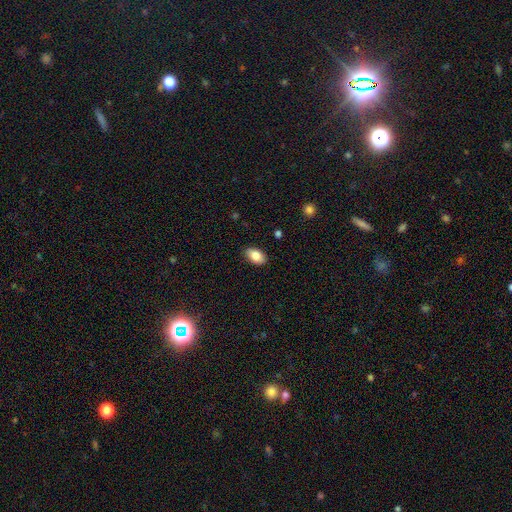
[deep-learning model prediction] Smooth or featured: smooth — 85% (featured or disk — 8%)
How rounded: in between — 92% (round — 7%)
Merging: none — 88% (minor disturbance — 9%)